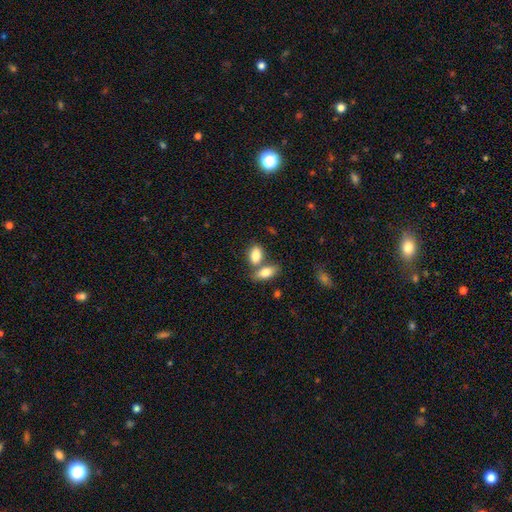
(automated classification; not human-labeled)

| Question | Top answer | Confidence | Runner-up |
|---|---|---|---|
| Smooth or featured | smooth | 83% | featured or disk (11%) |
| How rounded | in between | 89% | round (7%) |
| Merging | none | 46% | merger (40%) |